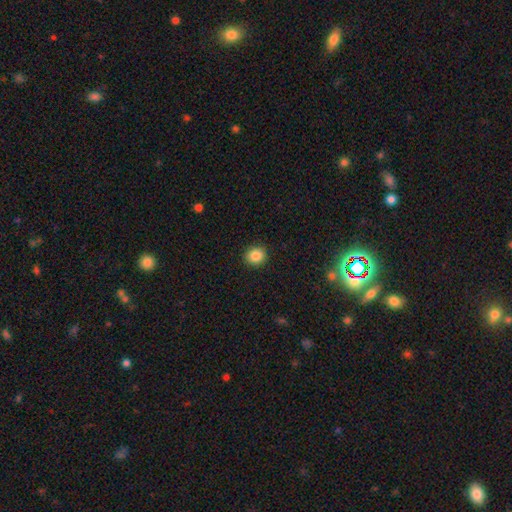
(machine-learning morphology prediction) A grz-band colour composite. It shows a smooth galaxy with no disk features (86%) that is round (82%). Merging: none (91%).